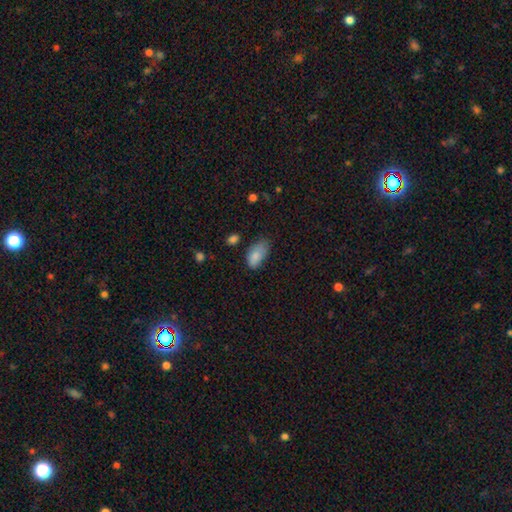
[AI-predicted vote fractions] This is clearly a smooth galaxy (83%). How rounded: clearly in between (93%). Merging: possibly none (48%).